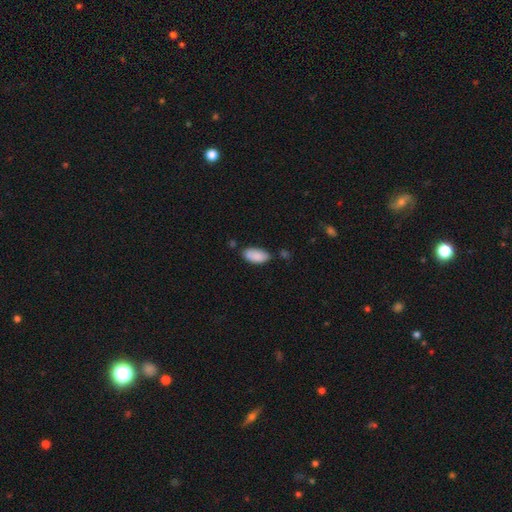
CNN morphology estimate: smooth_or_featured: smooth (p=0.88) [alt: star or artifact p=0.06]
how_rounded: in between (p=0.91) [alt: cigar-shaped p=0.07]
merging: none (p=0.71) [alt: minor disturbance p=0.19]